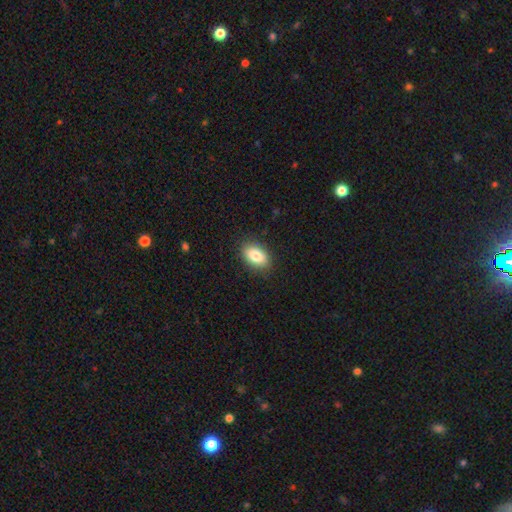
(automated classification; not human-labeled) Morphology: type=smooth (83%); roundness=in between (90%); merging=none (88%).